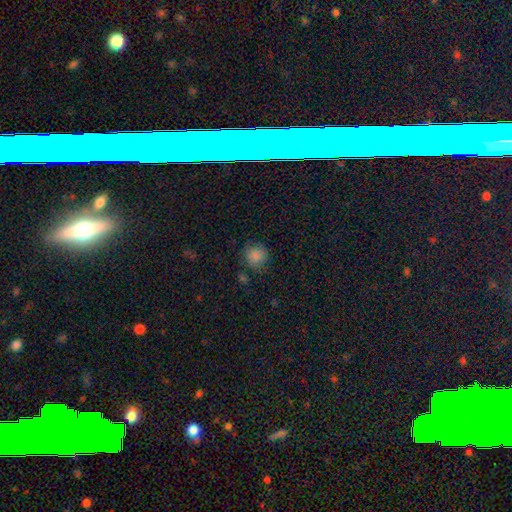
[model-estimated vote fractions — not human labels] This appears to be a smooth galaxy with no disk features (86%) that is round (88%). Merging: none (79%).